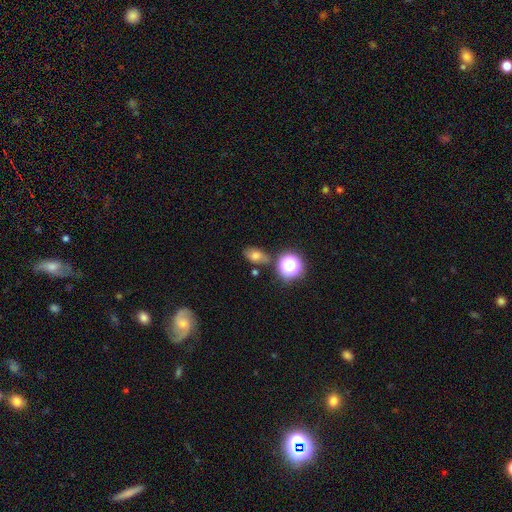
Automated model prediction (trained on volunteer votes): Smooth or featured: smooth — 68% (star or artifact — 19%)
How rounded: in between — 77% (round — 20%)
Merging: none — 72% (minor disturbance — 16%)